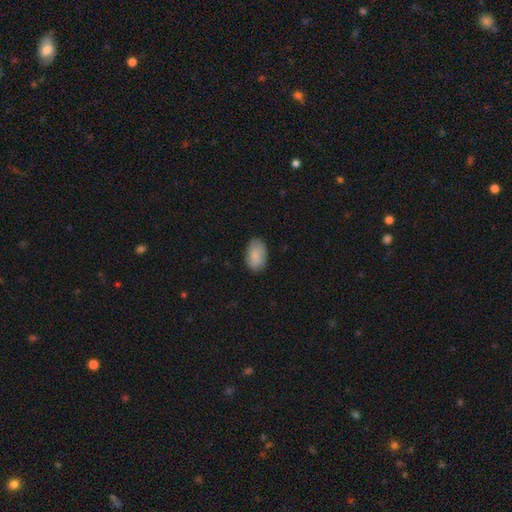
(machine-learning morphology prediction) Smooth or featured? smooth (86%)
How rounded? in between (92%)
Merging? none (81%)